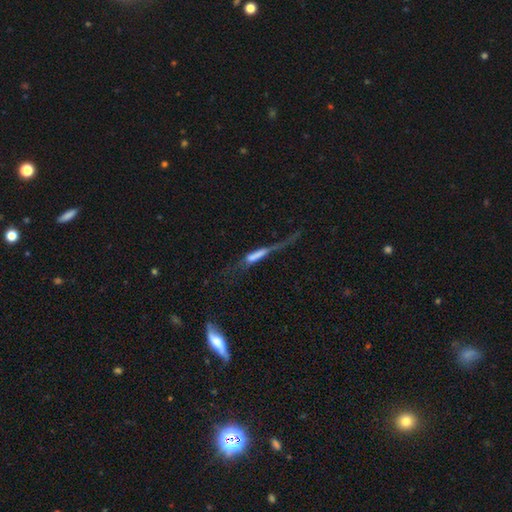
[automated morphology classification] This appears to be a smooth galaxy with no disk features (50%) that is cigar-shaped (76%). Merging: major disturbance (50%).